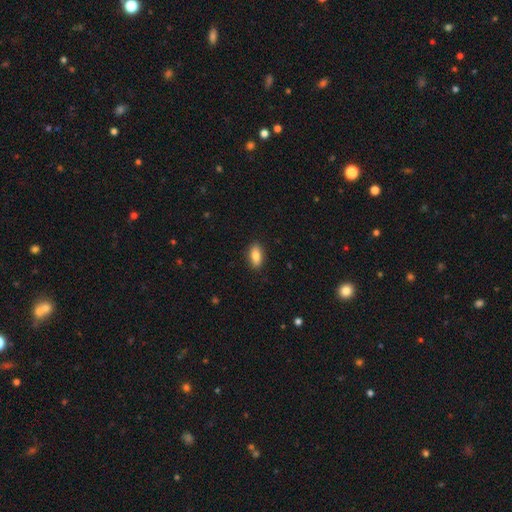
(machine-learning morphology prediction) Smooth or featured: smooth — 83% (featured or disk — 10%)
How rounded: in between — 86% (cigar-shaped — 11%)
Merging: none — 88% (minor disturbance — 9%)